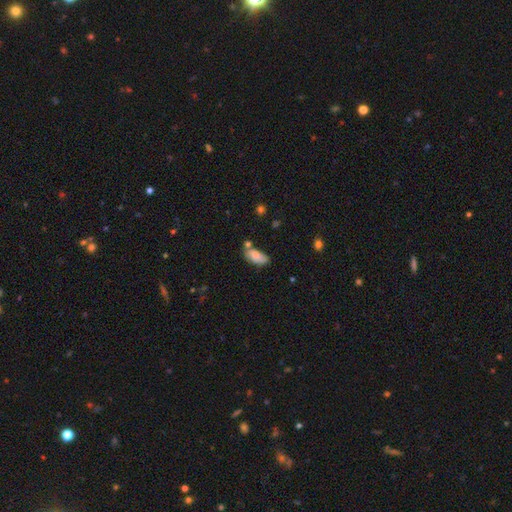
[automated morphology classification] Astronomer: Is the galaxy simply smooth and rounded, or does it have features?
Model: smooth — 79%.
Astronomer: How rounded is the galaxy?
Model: in between — 90%.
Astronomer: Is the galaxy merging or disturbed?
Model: none — 52%.